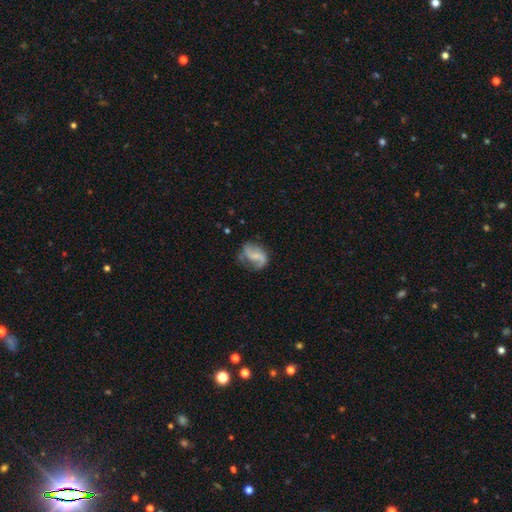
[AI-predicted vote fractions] Q: Smooth or featured?
A: featured or disk (72%); runner-up: smooth (21%)
Q: Edge-on disk?
A: no (98%); runner-up: yes (2%)
Q: Bar?
A: weak (43%); runner-up: no (39%)
Q: Spiral arms?
A: yes (91%); runner-up: no (9%)
Q: Spiral winding?
A: loose (56%); runner-up: medium (34%)
Q: Spiral arm count?
A: 2 (81%); runner-up: 1 (11%)
Q: Bulge size?
A: small (43%); runner-up: none (37%)
Q: Merging?
A: none (56%); runner-up: minor disturbance (24%)